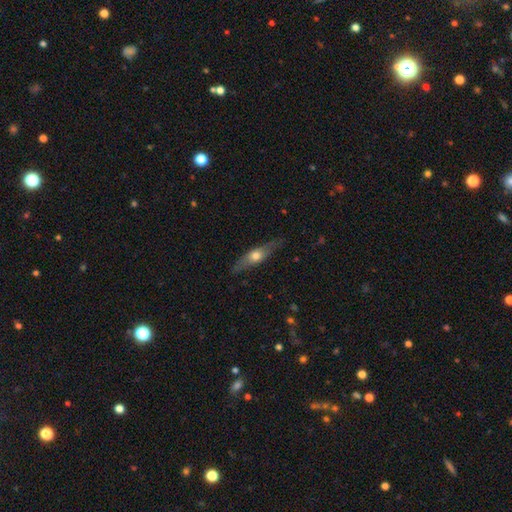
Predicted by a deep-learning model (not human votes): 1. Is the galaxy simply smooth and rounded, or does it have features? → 54% featured or disk, 41% smooth, 6% star or artifact.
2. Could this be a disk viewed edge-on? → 85% yes, 15% no.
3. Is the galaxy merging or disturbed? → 82% none, 14% minor disturbance, 3% major disturbance, 1% merger.